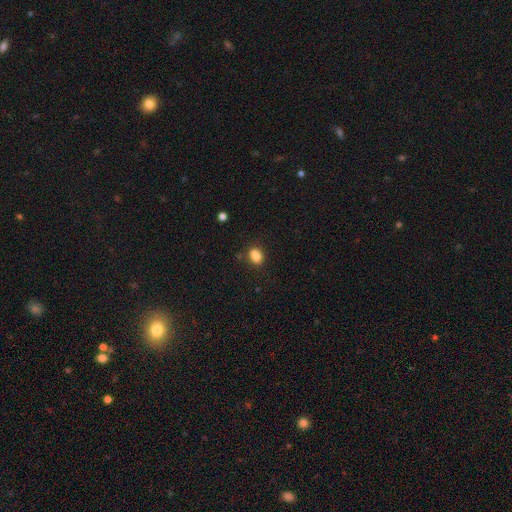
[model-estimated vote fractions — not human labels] A smooth galaxy with no disk features (86%) that is in between round and cigar-shaped (66%).

Vote fractions:
- Smooth or featured? smooth: 86% / star or artifact: 10% / featured or disk: 4%
- How rounded? in between: 66% / round: 33% / cigar-shaped: 1%
- Merging? none: 77% / minor disturbance: 15% / merger: 4% / major disturbance: 4%